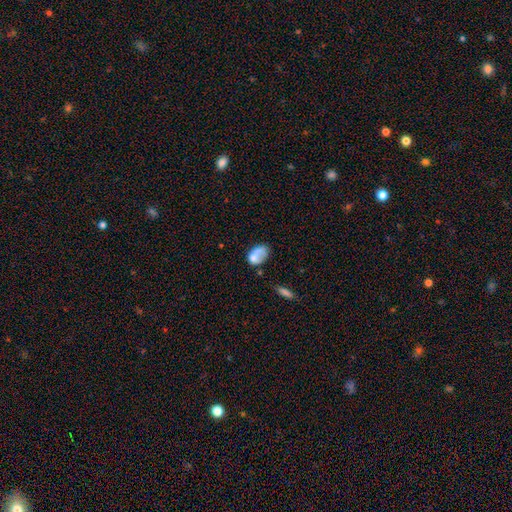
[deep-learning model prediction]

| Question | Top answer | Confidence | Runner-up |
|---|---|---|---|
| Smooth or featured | smooth | 69% | featured or disk (22%) |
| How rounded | in between | 81% | round (18%) |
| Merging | none | 34% | minor disturbance (25%) |